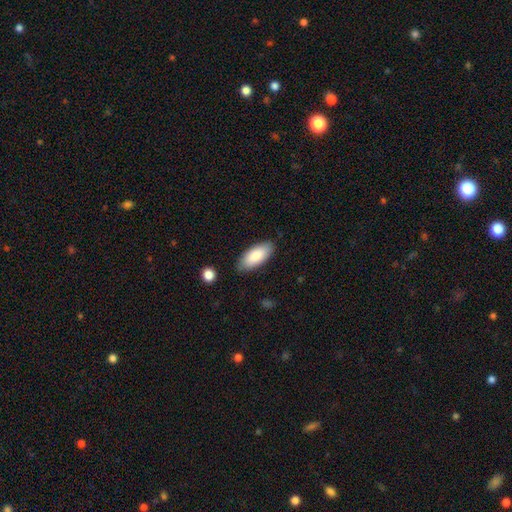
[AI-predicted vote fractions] Overall: smooth (86%). How rounded: in between (88%). Merging: none (84%).